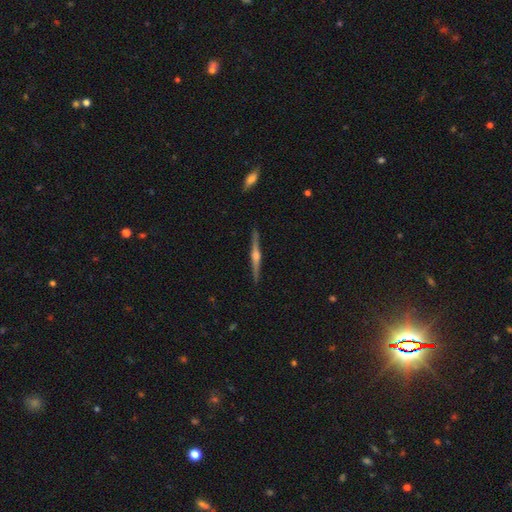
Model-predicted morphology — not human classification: A featured or disk galaxy (83%) viewed edge-on (98%) with a rounded central bulge (88%). Merging: none (91%).